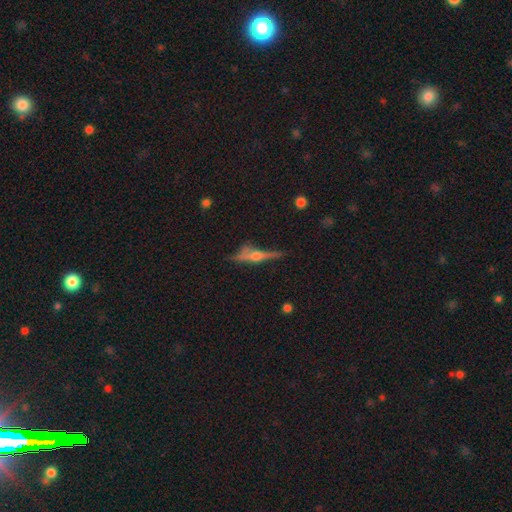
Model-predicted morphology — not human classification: featured or disk 66%, smooth 23%, star or artifact 11%. Down the decision tree: edge-on disk — yes (93%); edge-on bulge — rounded (88%); merging — none (66%).